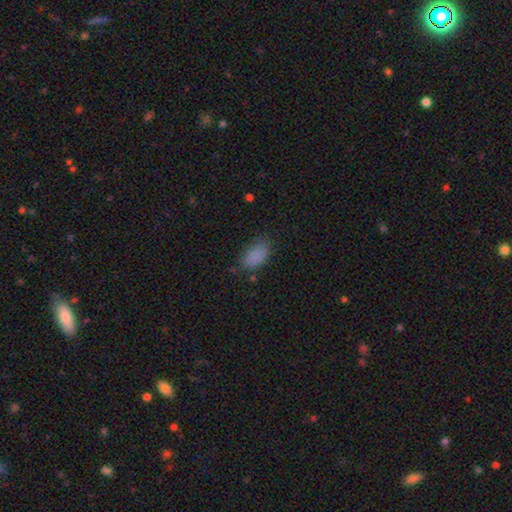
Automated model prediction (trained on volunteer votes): A smooth galaxy with no disk features (85%) that is in between round and cigar-shaped (93%).

Vote fractions:
- Smooth or featured? smooth: 85% / star or artifact: 10% / featured or disk: 5%
- How rounded? in between: 93% / round: 5% / cigar-shaped: 3%
- Merging? none: 74% / minor disturbance: 19% / major disturbance: 6% / merger: 2%